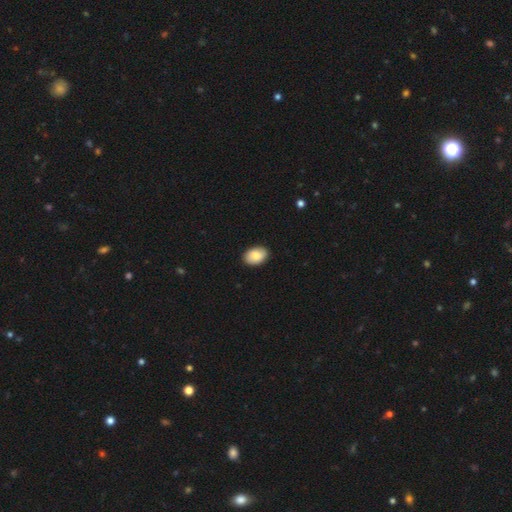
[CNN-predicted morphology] Smooth or featured? Predicted: smooth (p=0.84). How rounded? Predicted: in between (p=0.87). Merging? Predicted: none (p=0.89).